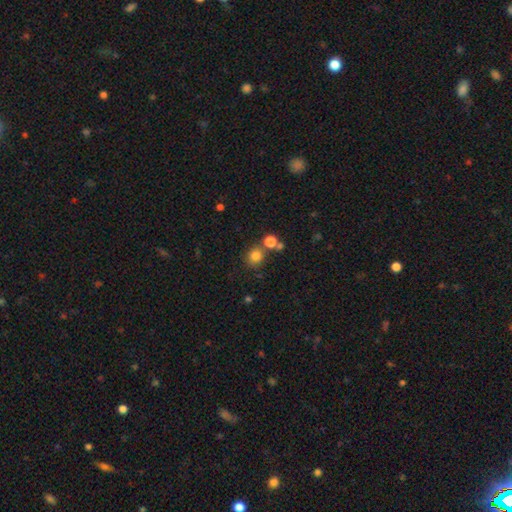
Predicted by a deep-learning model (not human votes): This is likely a smooth galaxy (80%). How rounded: clearly round (85%). Merging: likely none (72%).